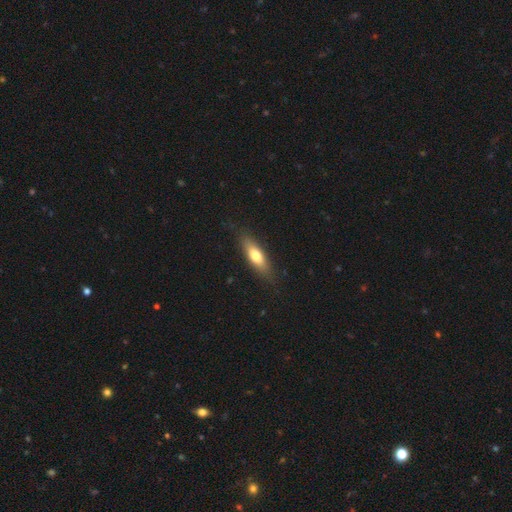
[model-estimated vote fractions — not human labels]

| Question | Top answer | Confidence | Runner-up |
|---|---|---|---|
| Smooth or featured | smooth | 69% | featured or disk (25%) |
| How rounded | in between | 50% | cigar-shaped (48%) |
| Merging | none | 84% | minor disturbance (12%) |